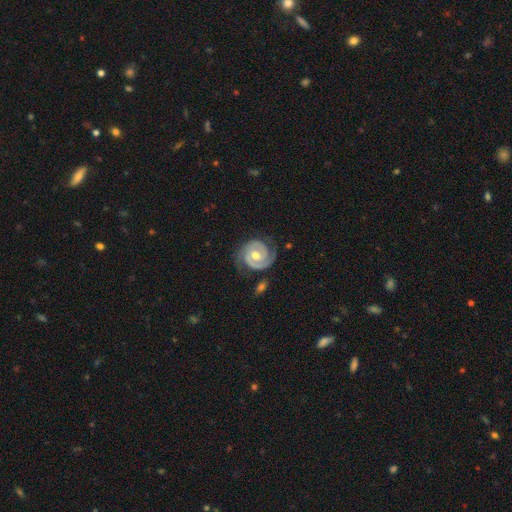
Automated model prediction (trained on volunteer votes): A featured or disk galaxy (90%) with no bar (50%), 2 (87%) tight (68%) spiral arms (97%) and a moderate central bulge (78%).

Vote fractions:
- Smooth or featured? featured or disk: 90% / smooth: 6% / star or artifact: 4%
- Edge-on disk? no: 98% / yes: 2%
- Bar? no: 50% / weak: 36% / strong: 14%
- Spiral arms? yes: 97% / no: 3%
- Spiral winding? tight: 68% / medium: 27% / loose: 5%
- Spiral arm count? 2: 87% / 1: 5% / can't tell: 3% / 3: 3% / 4: 1% / more than 4: 1%
- Bulge size? moderate: 78% / small: 14% / large: 6% / none: 1% / dominant: 1%
- Merging? none: 76% / minor disturbance: 16% / major disturbance: 6% / merger: 2%